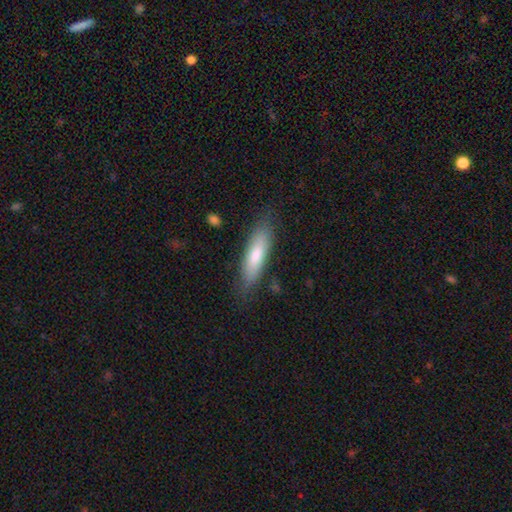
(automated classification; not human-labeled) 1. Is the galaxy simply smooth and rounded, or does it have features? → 75% smooth, 20% featured or disk, 6% star or artifact.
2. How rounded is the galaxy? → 57% cigar-shaped, 41% in between, 2% round.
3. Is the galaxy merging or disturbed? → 80% none, 15% minor disturbance, 4% major disturbance, 2% merger.